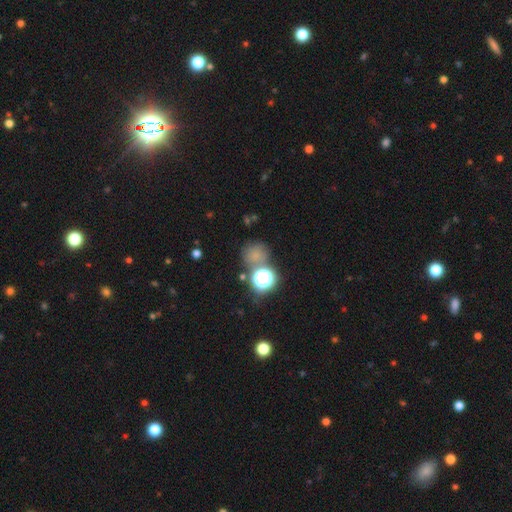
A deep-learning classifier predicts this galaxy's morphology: Smooth or featured?
  - smooth: 64% *
  - star or artifact: 27%
  - featured or disk: 9%
How rounded?
  - round: 85% *
  - in between: 14%
  - cigar-shaped: 1%
Merging?
  - none: 62% *
  - merger: 16%
  - minor disturbance: 14%
  - major disturbance: 8%